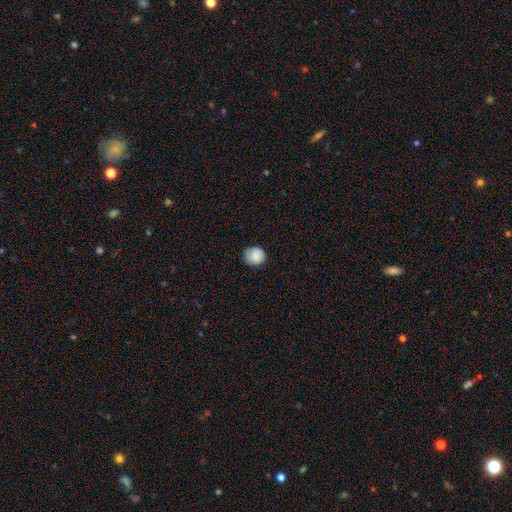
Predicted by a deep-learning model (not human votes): Smooth or featured? smooth (83%)
How rounded? round (82%)
Merging? none (79%)